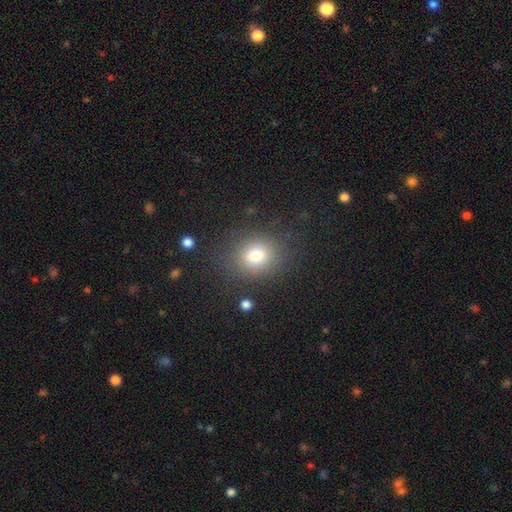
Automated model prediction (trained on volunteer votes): This appears to be a smooth galaxy with no disk features (78%) that is round (56%). Merging: none (81%).